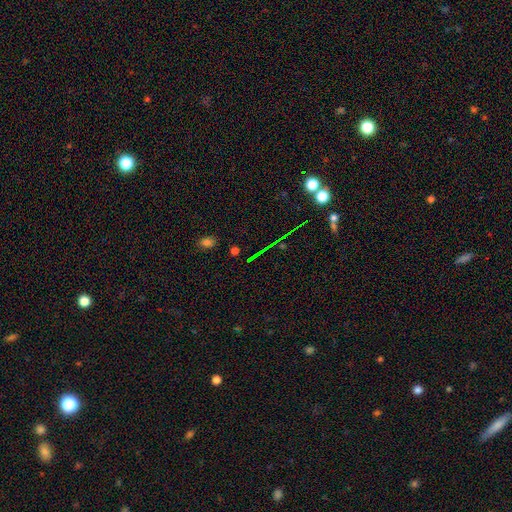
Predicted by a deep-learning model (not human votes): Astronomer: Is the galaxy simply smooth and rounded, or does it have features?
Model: star or artifact — 69%.